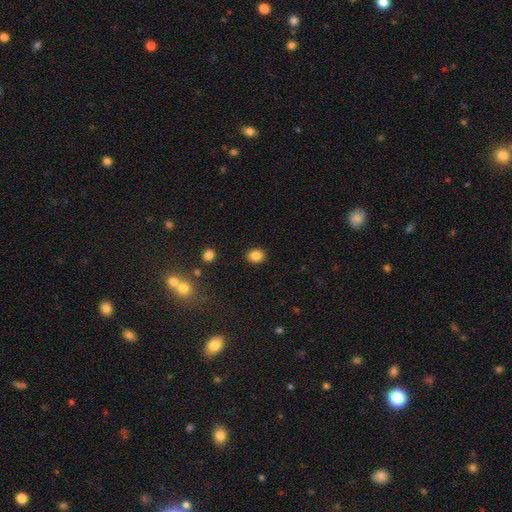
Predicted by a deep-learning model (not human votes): Smooth or featured: smooth — 86% (star or artifact — 10%)
How rounded: round — 56% (in between — 43%)
Merging: none — 89% (minor disturbance — 7%)